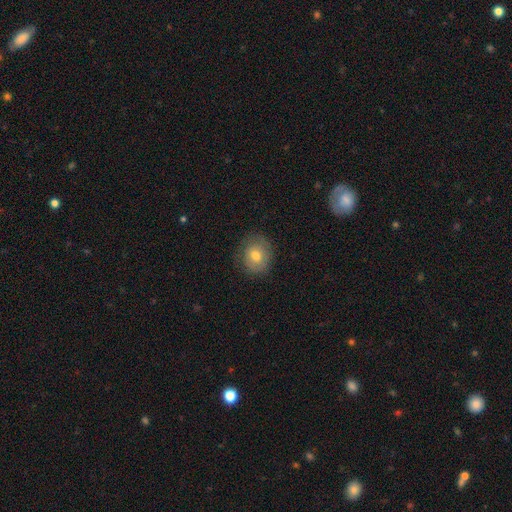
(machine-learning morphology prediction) smooth 70%, featured or disk 21%, star or artifact 9%. Down the decision tree: how rounded — round (71%); merging — none (80%).